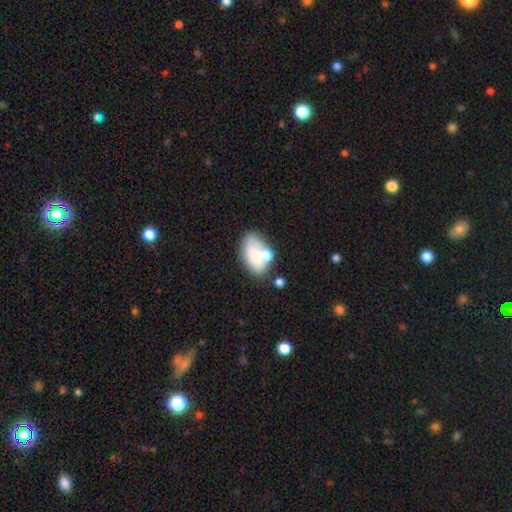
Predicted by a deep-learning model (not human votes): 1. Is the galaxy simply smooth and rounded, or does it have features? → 64% smooth, 27% featured or disk, 10% star or artifact.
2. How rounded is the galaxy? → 87% in between, 11% round, 2% cigar-shaped.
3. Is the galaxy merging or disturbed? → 40% none, 33% merger, 17% minor disturbance, 9% major disturbance.